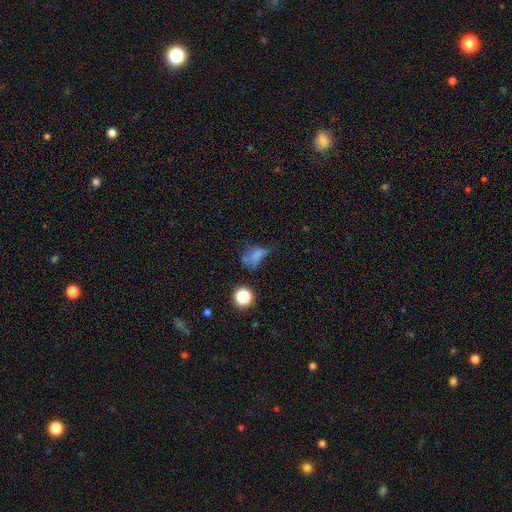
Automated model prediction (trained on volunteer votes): Overall: smooth (58%; star or artifact 21%). How rounded: in between (71%). Merging: major disturbance (34%; none 30%).